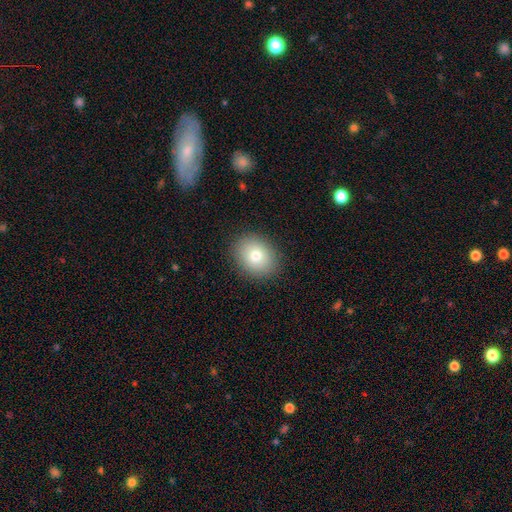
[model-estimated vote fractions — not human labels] Smooth or featured? smooth (78%)
How rounded? round (51%)
Merging? none (89%)